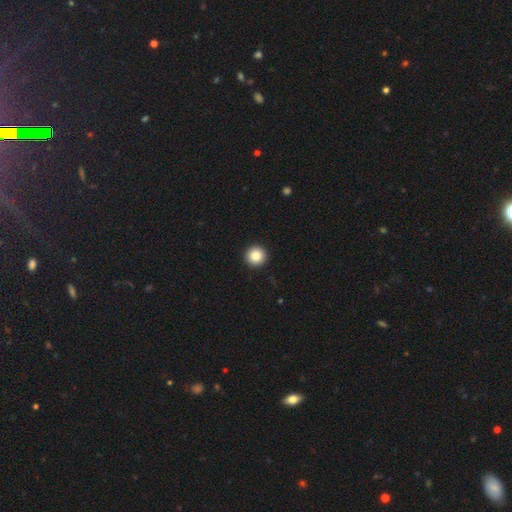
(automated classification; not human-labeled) Overall: smooth (86%). How rounded: round (96%). Merging: none (94%).